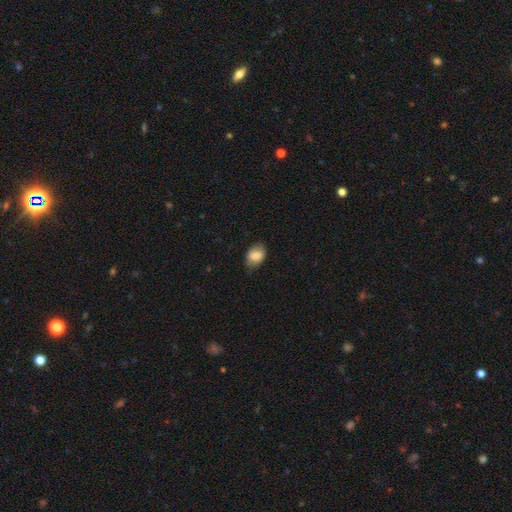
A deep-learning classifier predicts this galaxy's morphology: type=smooth (83%); roundness=in between (81%); merging=none (70%).